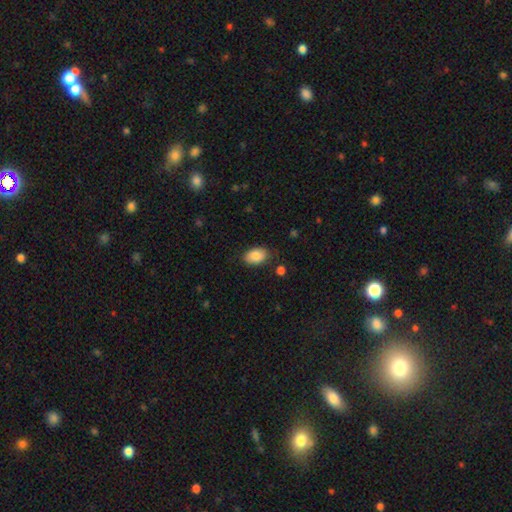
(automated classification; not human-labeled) A smooth galaxy with no disk features (88%) that is in between round and cigar-shaped (90%). Merging: none (81%).